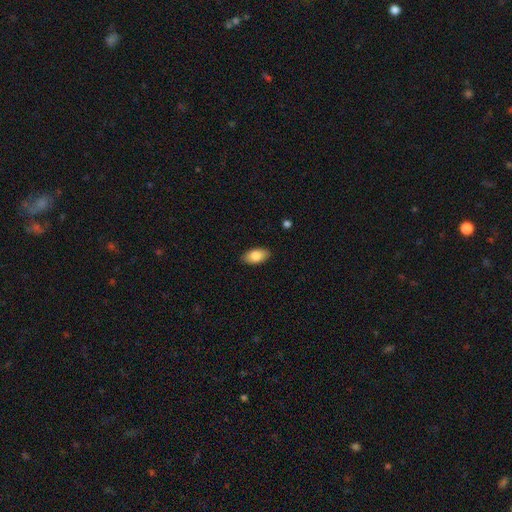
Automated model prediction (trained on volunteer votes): smooth 83%, featured or disk 11%, star or artifact 7%. Down the decision tree: how rounded — in between (93%); merging — none (88%).